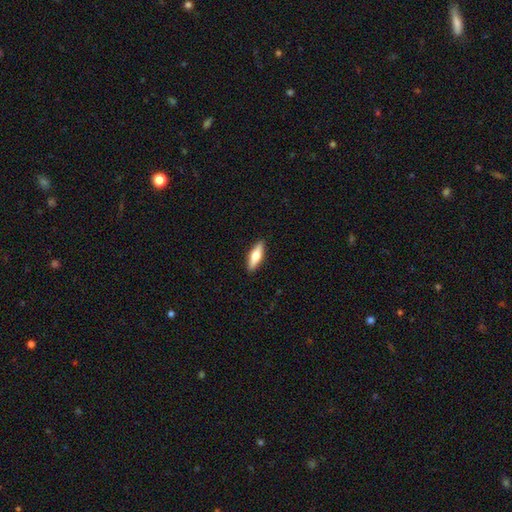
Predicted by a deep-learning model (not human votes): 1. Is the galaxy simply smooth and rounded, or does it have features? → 57% smooth, 38% featured or disk, 5% star or artifact.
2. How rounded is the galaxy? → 52% cigar-shaped, 45% in between, 3% round.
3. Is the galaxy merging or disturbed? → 91% none, 7% minor disturbance, 1% major disturbance, 1% merger.